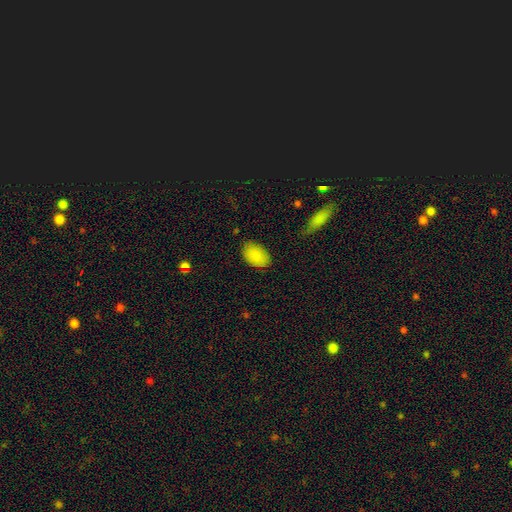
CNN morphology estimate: This appears to be a smooth galaxy with no disk features (88%) that is in between round and cigar-shaped (91%). Merging: none (83%).